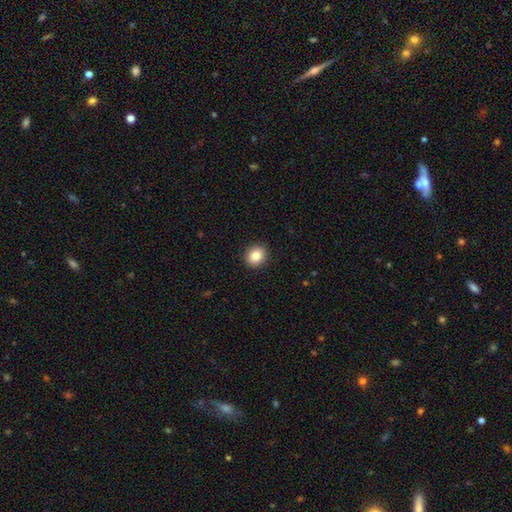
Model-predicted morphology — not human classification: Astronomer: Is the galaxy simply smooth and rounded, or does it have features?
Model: smooth — 85%.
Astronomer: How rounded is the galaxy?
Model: round — 73%.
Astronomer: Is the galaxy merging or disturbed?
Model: none — 91%.